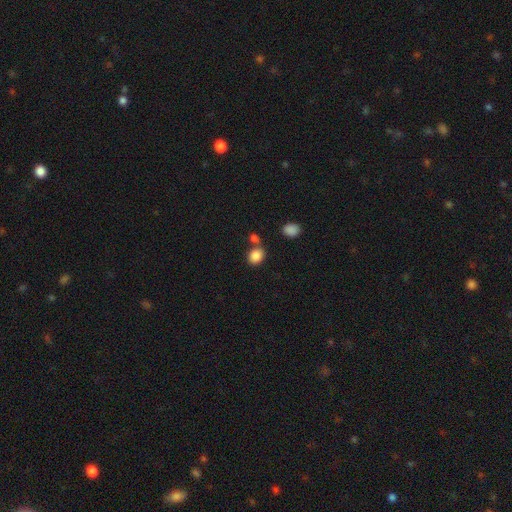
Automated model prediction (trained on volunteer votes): Smooth or featured? smooth (86%)
How rounded? round (57%)
Merging? none (62%)